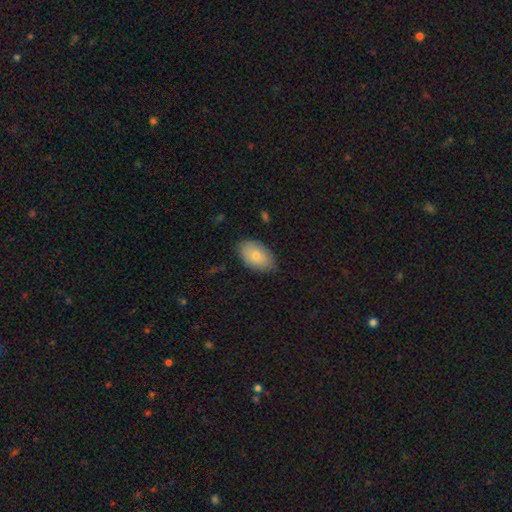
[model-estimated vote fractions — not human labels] smooth 76%, featured or disk 17%, star or artifact 6%. Down the decision tree: how rounded — in between (92%); merging — none (78%).